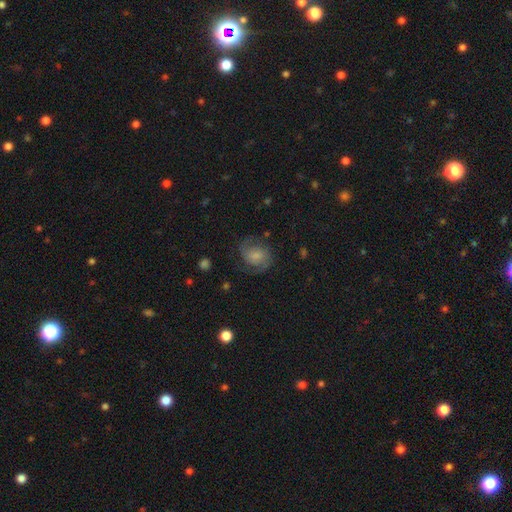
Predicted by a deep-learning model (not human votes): Smooth or featured?
  - featured or disk: 65% *
  - smooth: 26%
  - star or artifact: 9%
Edge-on disk?
  - no: 98% *
  - yes: 2%
Bar?
  - no: 59% *
  - weak: 34%
  - strong: 7%
Spiral arms?
  - yes: 93% *
  - no: 7%
Spiral winding?
  - medium: 52% *
  - tight: 25%
  - loose: 23%
Spiral arm count?
  - 2: 88% *
  - can't tell: 5%
  - 1: 3%
  - 3: 2%
  - 4: 1%
  - more than 4: 1%
Bulge size?
  - moderate: 27% * (tied)
  - none: 27% * (tied)
  - small: 23%
  - large: 20%
  - dominant: 4%
Merging?
  - none: 71% *
  - minor disturbance: 17%
  - major disturbance: 10%
  - merger: 1%